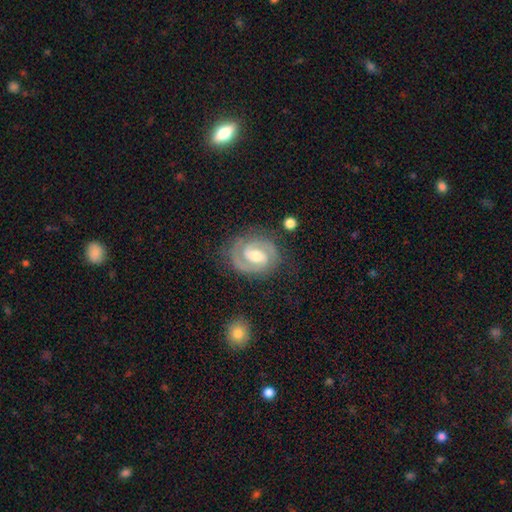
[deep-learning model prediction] Smooth or featured: featured or disk — 88% (smooth — 7%)
Edge-on disk: no — 98% (yes — 2%)
Bar: weak — 50% (strong — 26%)
Spiral arms: yes — 97% (no — 3%)
Spiral winding: tight — 60% (medium — 35%)
Spiral arm count: 2 — 89% (can't tell — 4%)
Bulge size: moderate — 66% (small — 22%)
Merging: none — 80% (minor disturbance — 13%)